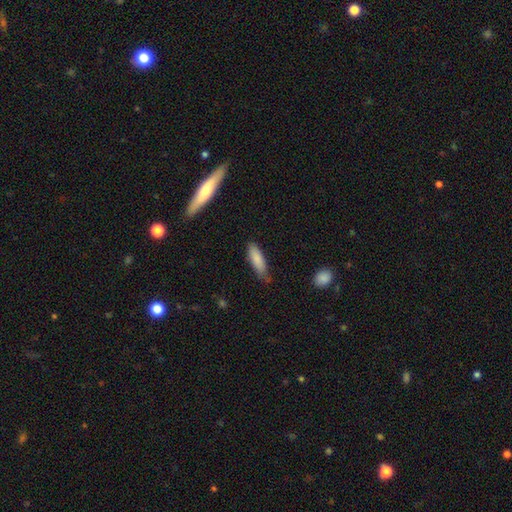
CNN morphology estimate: smooth 79%, featured or disk 14%, star or artifact 7%. Down the decision tree: how rounded — cigar-shaped (62%); merging — none (73%).